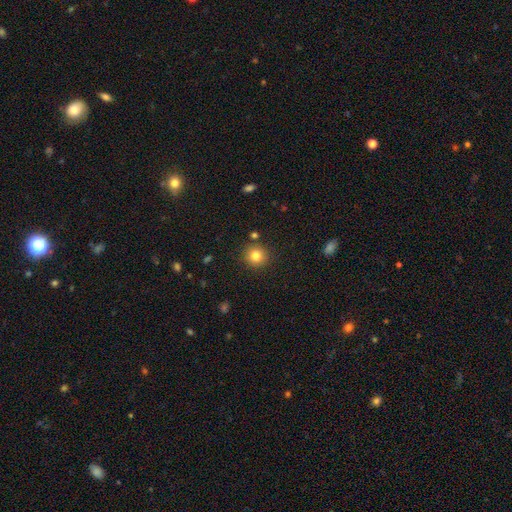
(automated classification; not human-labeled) A smooth galaxy with no disk features (80%) that is round (92%). Merging: none (87%).